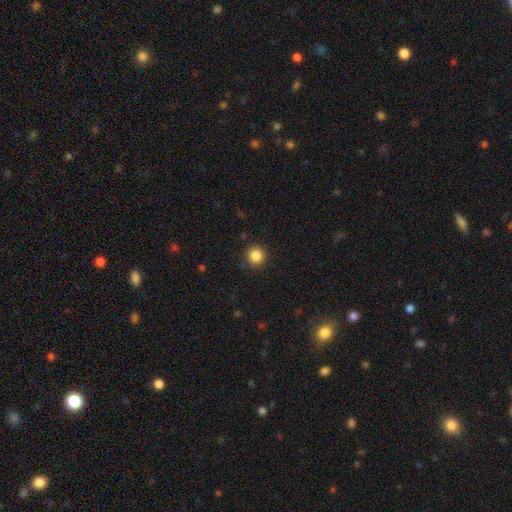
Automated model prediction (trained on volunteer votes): A smooth galaxy with no disk features (86%) that is round (93%). Merging: none (90%).